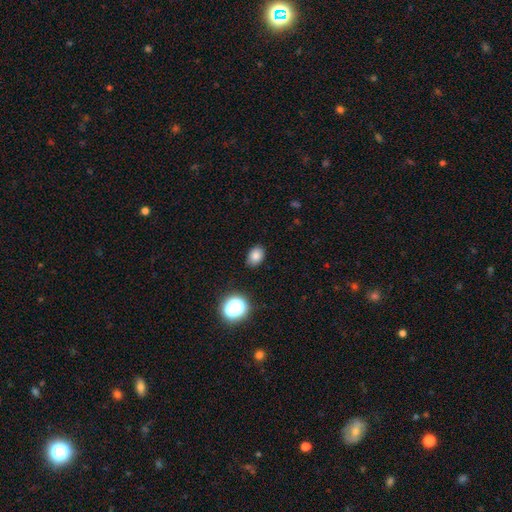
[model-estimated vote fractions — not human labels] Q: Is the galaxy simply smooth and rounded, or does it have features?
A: smooth — 81%.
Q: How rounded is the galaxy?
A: in between — 74%.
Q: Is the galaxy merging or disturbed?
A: none — 85%.